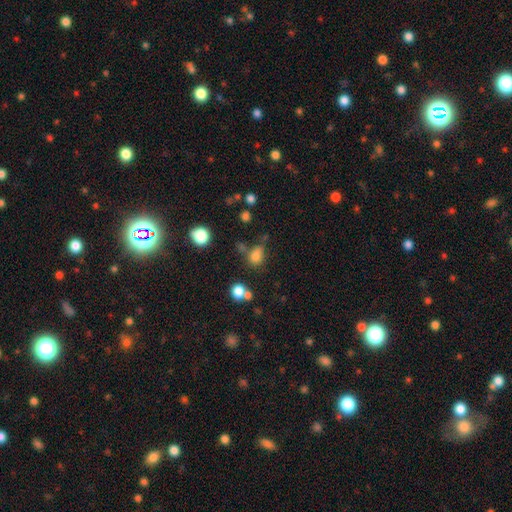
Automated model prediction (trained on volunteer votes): Smooth or featured?
  - smooth: 76% *
  - star or artifact: 17%
  - featured or disk: 7%
How rounded?
  - in between: 56% *
  - round: 42%
  - cigar-shaped: 2%
Merging?
  - none: 56% *
  - minor disturbance: 19%
  - merger: 16%
  - major disturbance: 9%